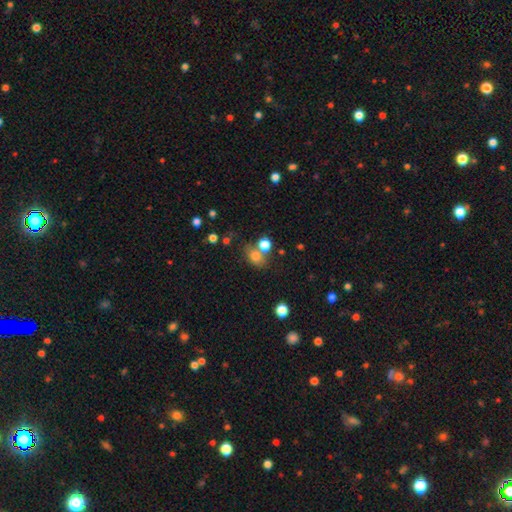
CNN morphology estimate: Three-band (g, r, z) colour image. It shows a smooth galaxy with no disk features (75%) that is in between round and cigar-shaped (58%). Merging: none (54%).